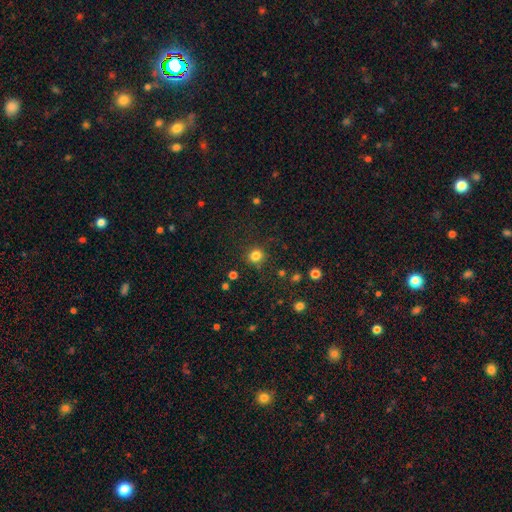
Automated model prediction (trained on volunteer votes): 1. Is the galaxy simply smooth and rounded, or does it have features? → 81% smooth, 14% star or artifact, 5% featured or disk.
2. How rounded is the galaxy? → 88% round, 11% in between, 1% cigar-shaped.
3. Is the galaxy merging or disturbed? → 86% none, 8% minor disturbance, 3% major disturbance, 2% merger.